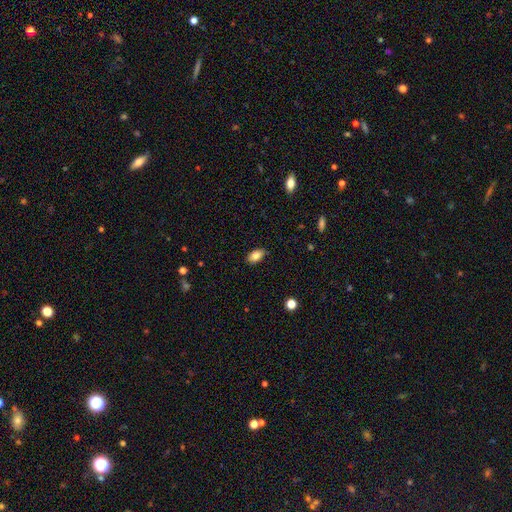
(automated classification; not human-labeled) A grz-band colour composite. It shows a smooth galaxy with no disk features (82%) that is in between round and cigar-shaped (91%). Merging: none (86%).